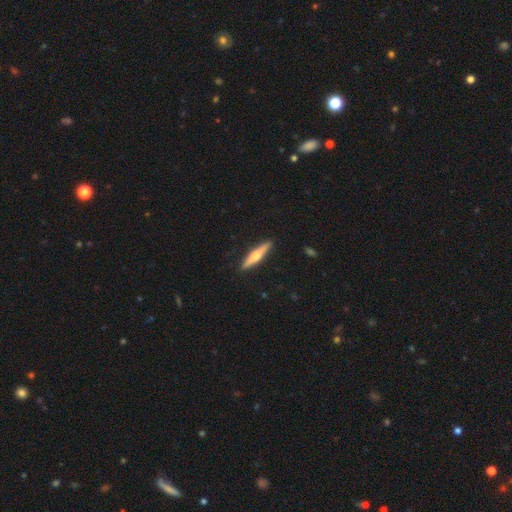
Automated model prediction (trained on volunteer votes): Q: Smooth or featured?
A: featured or disk (55%); runner-up: smooth (40%)
Q: Edge-on disk?
A: yes (96%); runner-up: no (4%)
Q: Edge-on bulge?
A: rounded (90%); runner-up: none (5%)
Q: Merging?
A: none (91%); runner-up: minor disturbance (7%)